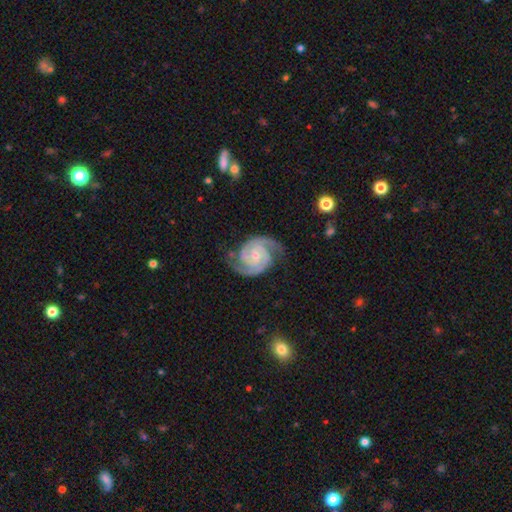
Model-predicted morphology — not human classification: Smooth or featured: featured or disk — 93% (star or artifact — 4%)
Edge-on disk: no — 98% (yes — 2%)
Bar: no — 60% (weak — 32%)
Spiral arms: yes — 99% (no — 1%)
Spiral winding: tight — 55% (medium — 40%)
Spiral arm count: 2 — 82% (3 — 10%)
Bulge size: small — 63% (moderate — 32%)
Merging: none — 77% (minor disturbance — 16%)